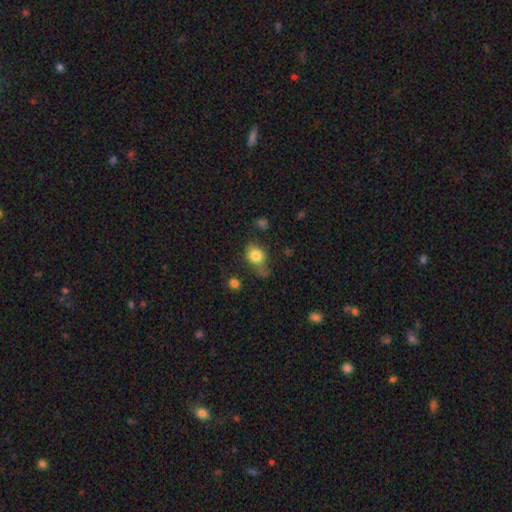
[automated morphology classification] type=smooth (80%); roundness=round (50%); merging=none (50%).